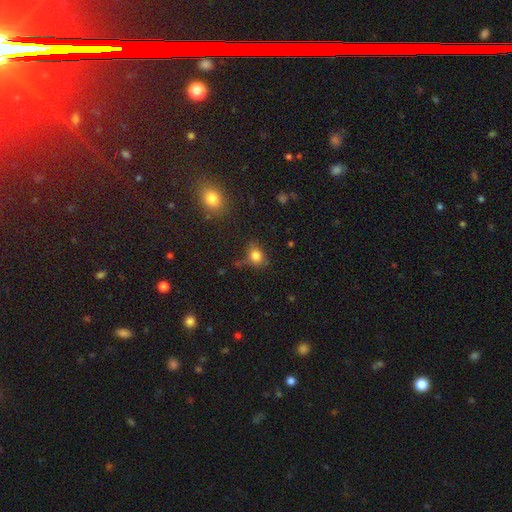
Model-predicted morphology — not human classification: A smooth galaxy with no disk features (77%) that is round (56%).

Vote fractions:
- Smooth or featured? smooth: 77% / star or artifact: 14% / featured or disk: 9%
- How rounded? round: 56% / in between: 42% / cigar-shaped: 2%
- Merging? none: 59% / minor disturbance: 25% / major disturbance: 10% / merger: 5%